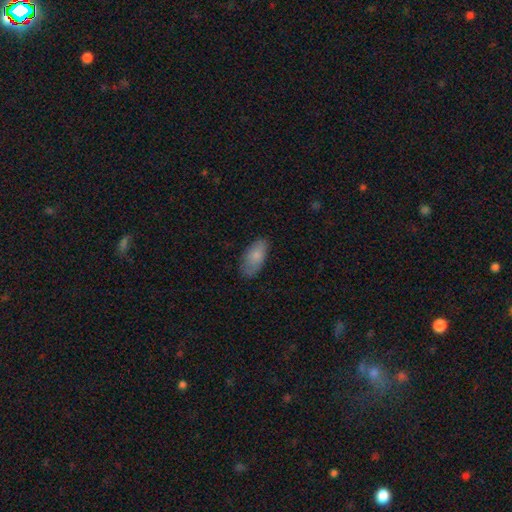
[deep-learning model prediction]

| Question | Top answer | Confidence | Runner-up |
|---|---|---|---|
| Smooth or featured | smooth | 81% | featured or disk (12%) |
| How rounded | in between | 90% | cigar-shaped (7%) |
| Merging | none | 78% | minor disturbance (17%) |